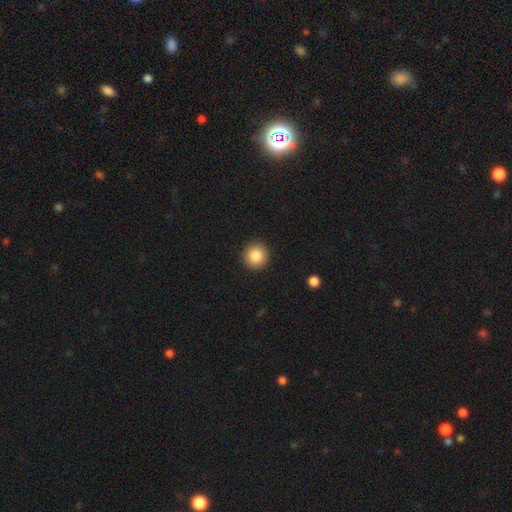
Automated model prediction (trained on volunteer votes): The model was most divided on "smooth or featured": smooth: 86%, star or artifact: 9%, featured or disk: 5%. More confident: how rounded — round (95%); merging — none (92%).